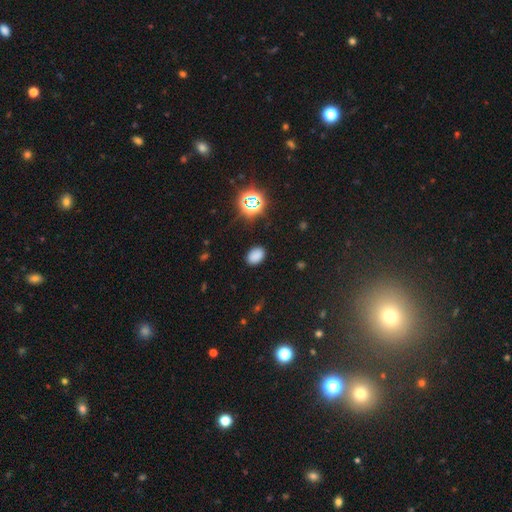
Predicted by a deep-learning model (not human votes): Smooth or featured?
  - smooth: 77% *
  - star or artifact: 18%
  - featured or disk: 4%
How rounded?
  - in between: 81% *
  - round: 17%
  - cigar-shaped: 1%
Merging?
  - none: 85% *
  - minor disturbance: 10%
  - major disturbance: 3%
  - merger: 1%